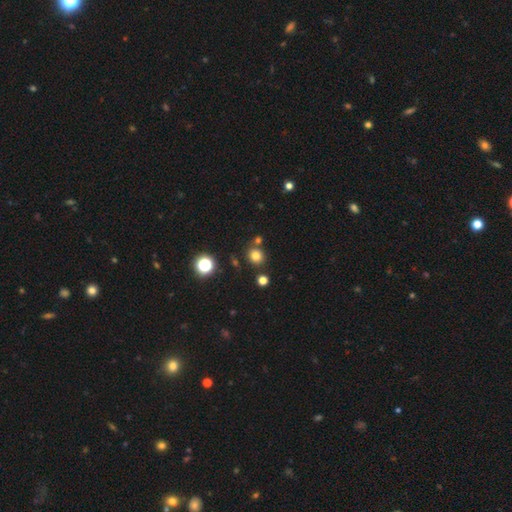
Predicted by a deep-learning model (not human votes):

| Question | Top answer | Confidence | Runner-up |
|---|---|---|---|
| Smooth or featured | smooth | 79% | star or artifact (16%) |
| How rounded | round | 85% | in between (14%) |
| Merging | none | 78% | merger (10%) |